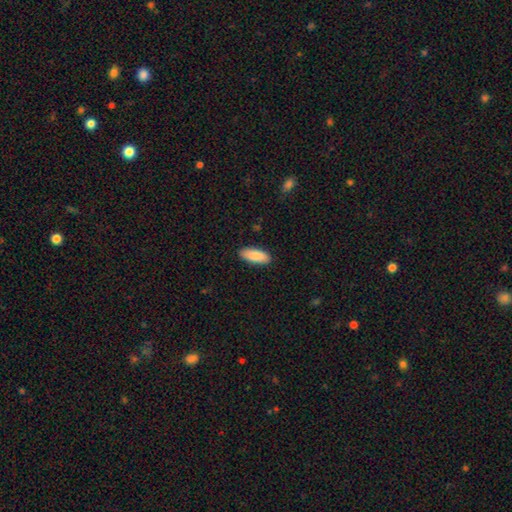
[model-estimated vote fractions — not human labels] A smooth galaxy with no disk features (88%) that is in between round and cigar-shaped (79%).

Vote fractions:
- Smooth or featured? smooth: 88% / featured or disk: 7% / star or artifact: 5%
- How rounded? in between: 79% / cigar-shaped: 19% / round: 2%
- Merging? none: 89% / minor disturbance: 8% / major disturbance: 2% / merger: 1%